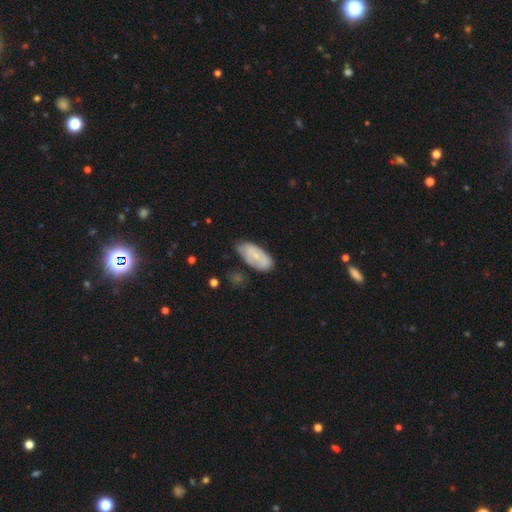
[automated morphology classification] type=smooth (61%); roundness=in between (90%); merging=none (54%).